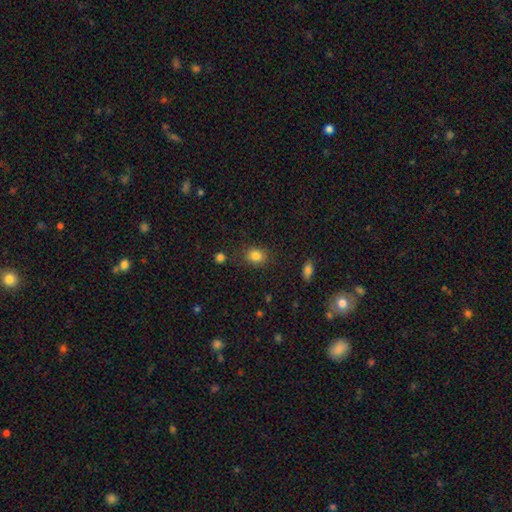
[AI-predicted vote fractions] A smooth galaxy with no disk features (84%) that is round (52%). Merging: none (80%).